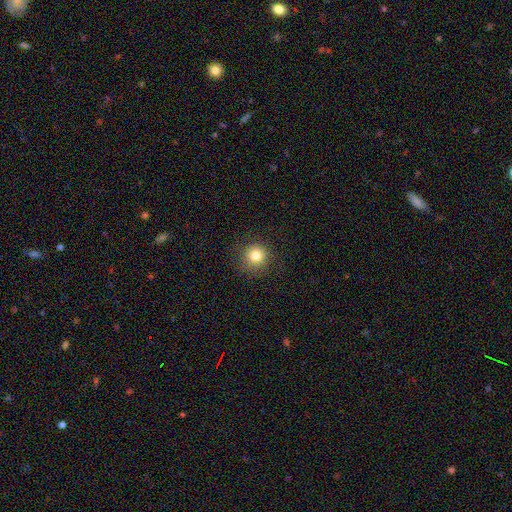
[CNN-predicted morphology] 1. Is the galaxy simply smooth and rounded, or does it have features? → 81% smooth, 13% star or artifact, 7% featured or disk.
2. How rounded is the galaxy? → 94% round, 5% in between, 1% cigar-shaped.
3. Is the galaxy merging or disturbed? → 88% none, 8% minor disturbance, 3% major disturbance, 1% merger.